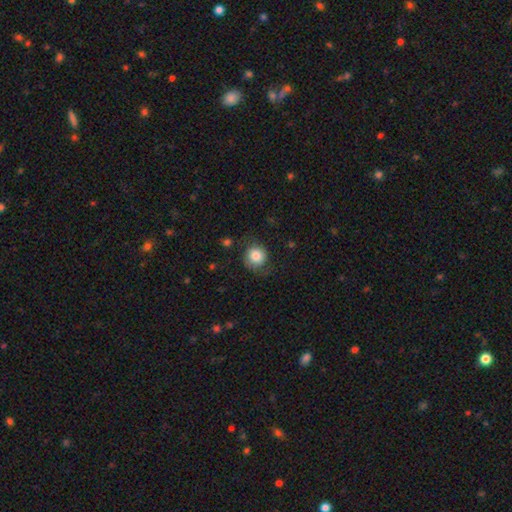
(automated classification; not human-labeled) Smooth or featured?
  - smooth: 81% *
  - featured or disk: 11%
  - star or artifact: 8%
How rounded?
  - round: 89% *
  - in between: 10%
  - cigar-shaped: 1%
Merging?
  - none: 70% *
  - minor disturbance: 19%
  - major disturbance: 9%
  - merger: 2%